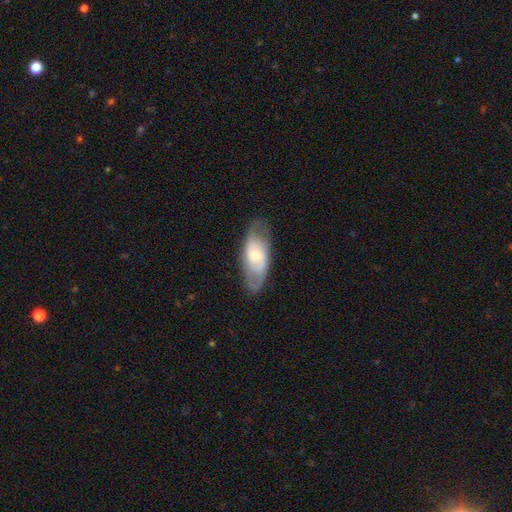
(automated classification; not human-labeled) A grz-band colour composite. It shows a featured or disk galaxy (53%). Merging: none (73%).